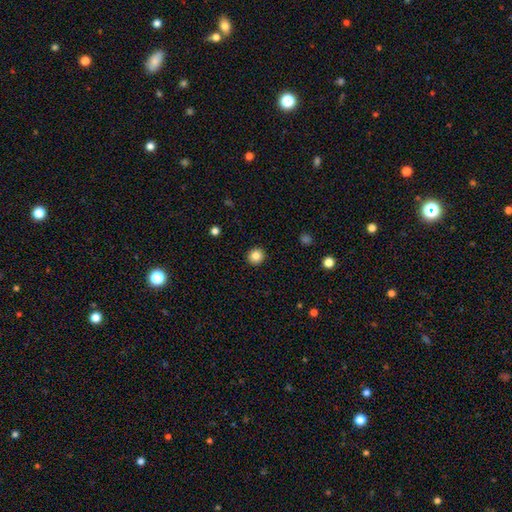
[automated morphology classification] Smooth or featured?
  - smooth: 84% *
  - star or artifact: 10%
  - featured or disk: 5%
How rounded?
  - round: 93% *
  - in between: 6%
  - cigar-shaped: 1%
Merging?
  - none: 93% *
  - minor disturbance: 5%
  - major disturbance: 2%
  - merger: 1%